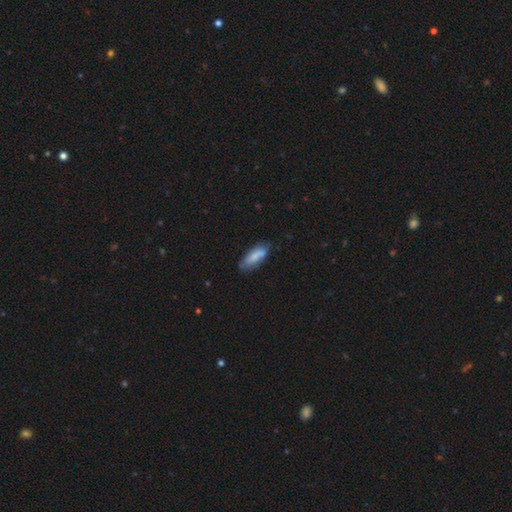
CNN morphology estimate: type=smooth (78%); roundness=in between (64%); merging=none (67%).